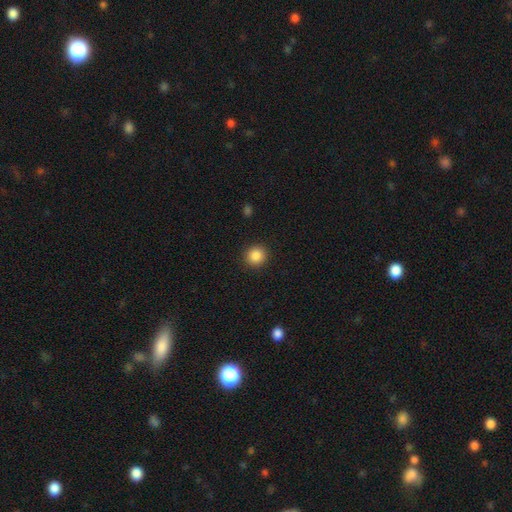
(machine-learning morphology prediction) Overall: smooth (87%). How rounded: round (90%). Merging: none (91%).